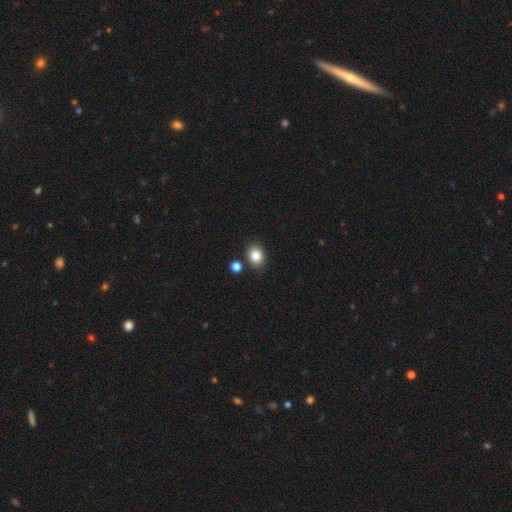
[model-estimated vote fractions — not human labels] smooth_or_featured: smooth (p=0.83) [alt: star or artifact p=0.10]
how_rounded: round (p=0.50) [alt: in between p=0.49]
merging: none (p=0.82) [alt: minor disturbance p=0.10]